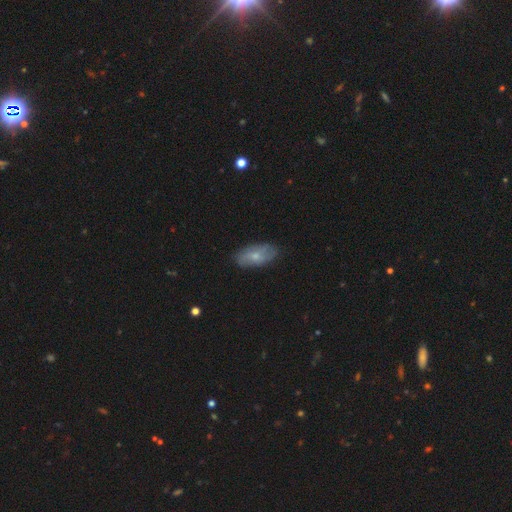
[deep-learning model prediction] Q: Smooth or featured?
A: smooth (54%); runner-up: featured or disk (39%)
Q: How rounded?
A: in between (90%); runner-up: cigar-shaped (6%)
Q: Merging?
A: none (77%); runner-up: minor disturbance (18%)